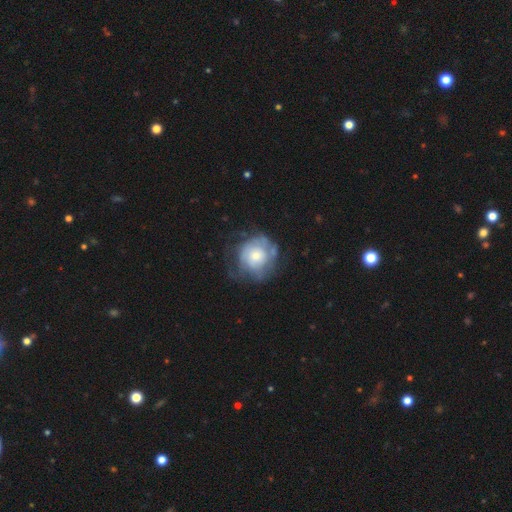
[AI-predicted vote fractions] Q: Smooth or featured?
A: featured or disk (48%); runner-up: smooth (44%)
Q: Merging?
A: none (47%); runner-up: minor disturbance (27%)